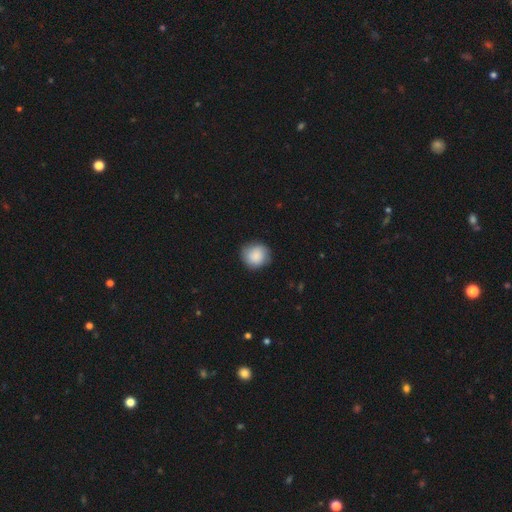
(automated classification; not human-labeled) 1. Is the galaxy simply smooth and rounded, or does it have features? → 87% smooth, 7% star or artifact, 6% featured or disk.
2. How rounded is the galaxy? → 86% round, 13% in between, 1% cigar-shaped.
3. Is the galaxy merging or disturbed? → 82% none, 14% minor disturbance, 3% major disturbance, 1% merger.